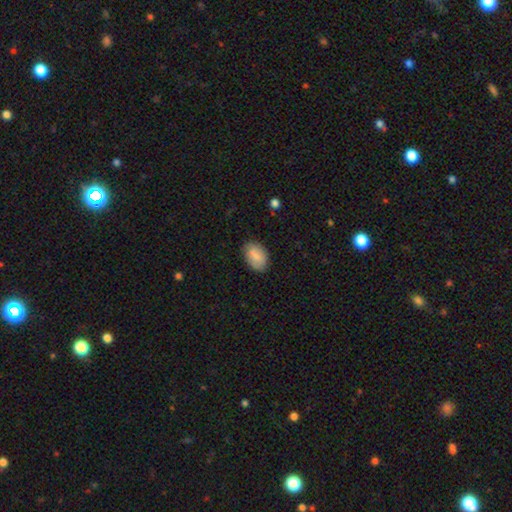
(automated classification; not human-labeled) Smooth or featured? smooth (80%)
How rounded? in between (89%)
Merging? none (77%)